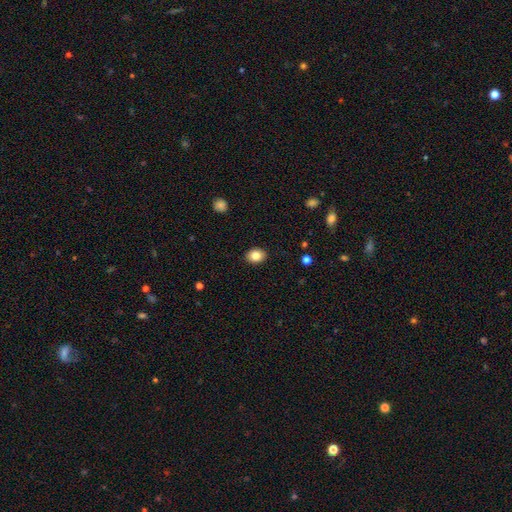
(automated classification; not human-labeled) Smooth or featured? Predicted: smooth (p=0.84). How rounded? Predicted: in between (p=0.59). Merging? Predicted: none (p=0.90).